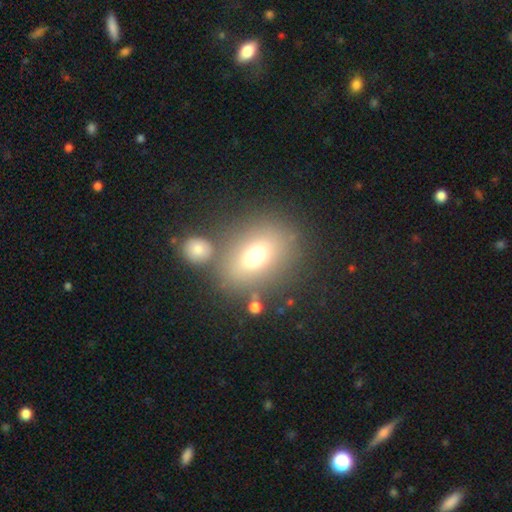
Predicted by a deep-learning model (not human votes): smooth-or-featured: smooth: 70% | featured or disk: 17% | star or artifact: 13%
  how-rounded: in between: 68% | round: 30% | cigar-shaped: 2%
  merging: none: 69% | merger: 14% | minor disturbance: 12% | major disturbance: 6%